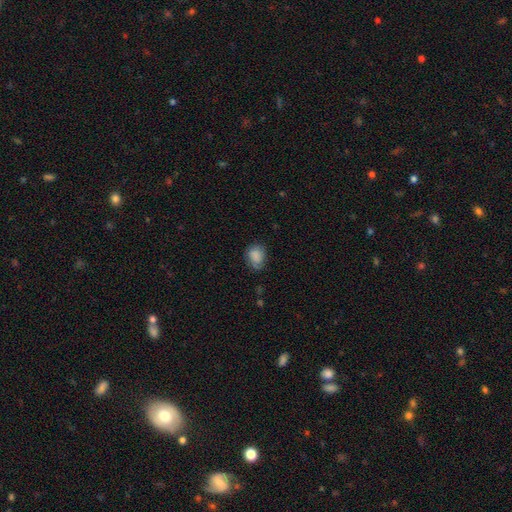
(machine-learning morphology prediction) This is clearly a smooth galaxy (81%). How rounded: likely in between (61%). Merging: possibly none (55%).